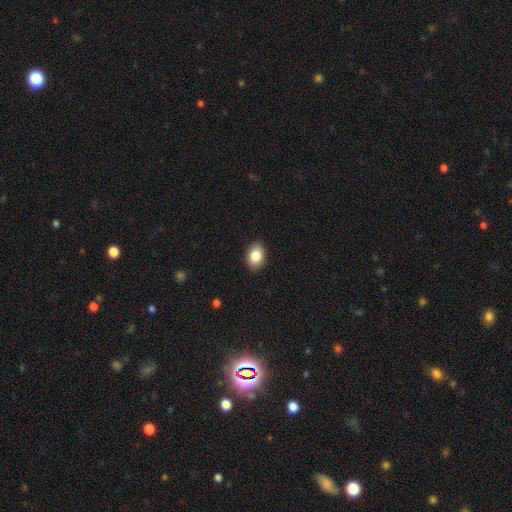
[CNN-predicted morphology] Smooth or featured? Predicted: smooth (p=0.86). How rounded? Predicted: in between (p=0.77). Merging? Predicted: none (p=0.90).